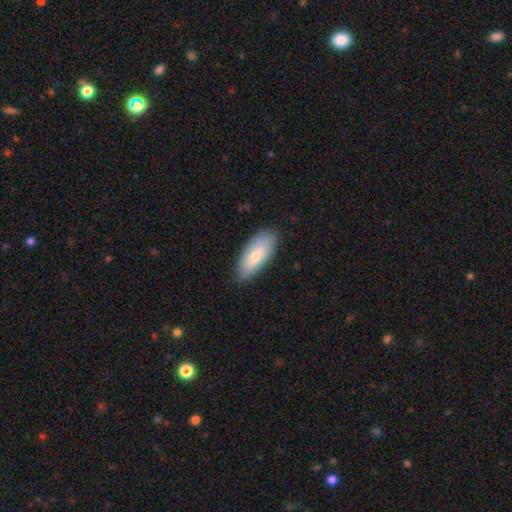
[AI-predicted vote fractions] Smooth or featured?
  - smooth: 81% *
  - featured or disk: 14%
  - star or artifact: 5%
How rounded?
  - in between: 79% *
  - cigar-shaped: 20%
  - round: 2%
Merging?
  - none: 84% *
  - minor disturbance: 13%
  - major disturbance: 2%
  - merger: 1%